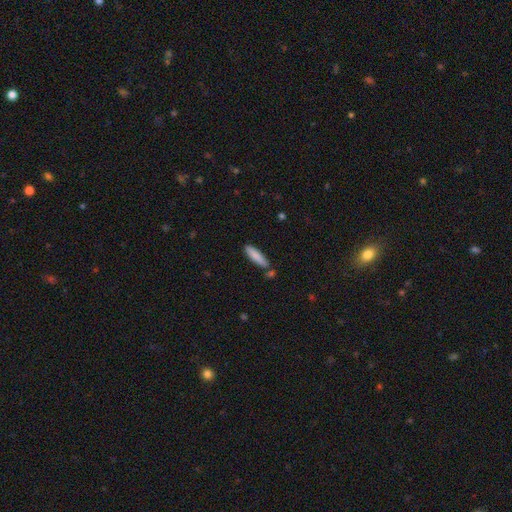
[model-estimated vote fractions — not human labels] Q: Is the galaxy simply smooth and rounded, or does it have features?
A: smooth — 84%.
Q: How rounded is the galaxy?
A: cigar-shaped — 73%.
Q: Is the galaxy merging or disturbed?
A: none — 79%.